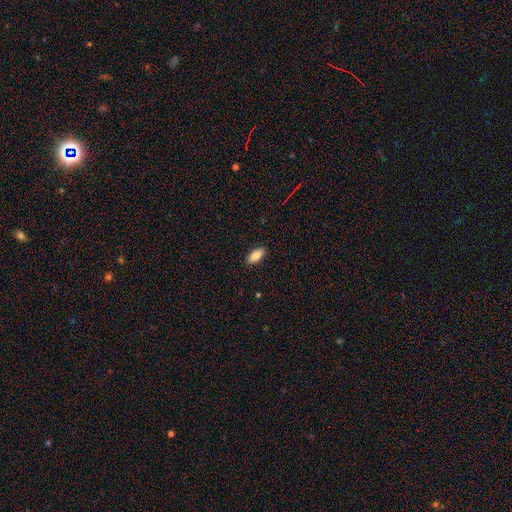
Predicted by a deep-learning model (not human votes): Smooth or featured?
  - smooth: 86% *
  - star or artifact: 7%
  - featured or disk: 6%
How rounded?
  - in between: 89% *
  - cigar-shaped: 8%
  - round: 2%
Merging?
  - none: 89% *
  - minor disturbance: 8%
  - major disturbance: 2%
  - merger: 1%